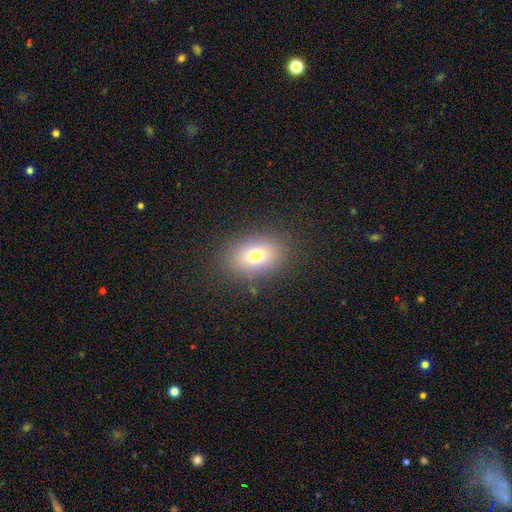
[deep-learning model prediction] Morphology: type=smooth (74%); roundness=in between (70%); merging=none (84%).